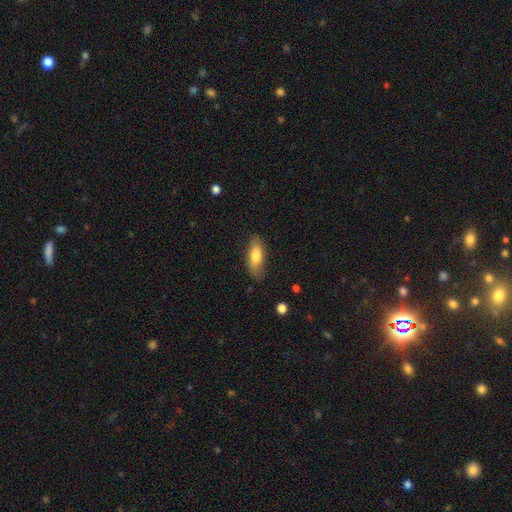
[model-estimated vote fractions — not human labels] Overall: smooth (77%). How rounded: in between (76%). Merging: none (76%).